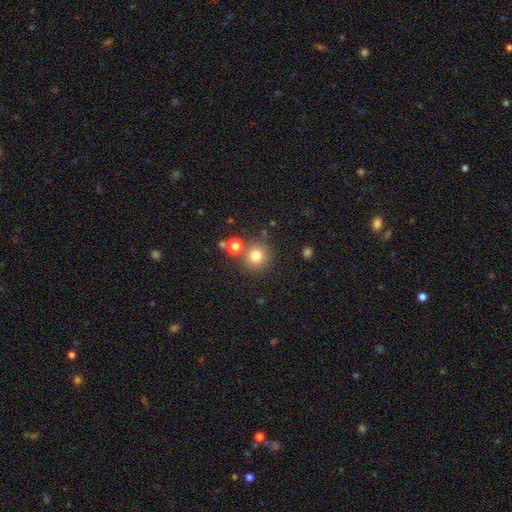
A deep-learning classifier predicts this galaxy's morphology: Overall: smooth (79%). How rounded: round (93%). Merging: none (78%).